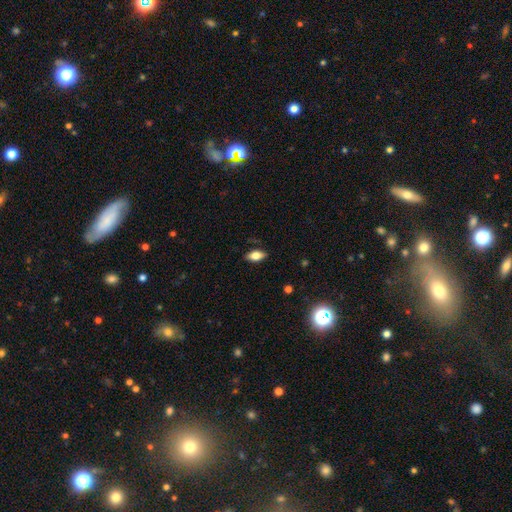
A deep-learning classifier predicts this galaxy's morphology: Smooth or featured?
  - smooth: 70% *
  - featured or disk: 23%
  - star or artifact: 8%
How rounded?
  - in between: 86% *
  - cigar-shaped: 10%
  - round: 4%
Merging?
  - none: 85% *
  - minor disturbance: 11%
  - major disturbance: 2%
  - merger: 1%